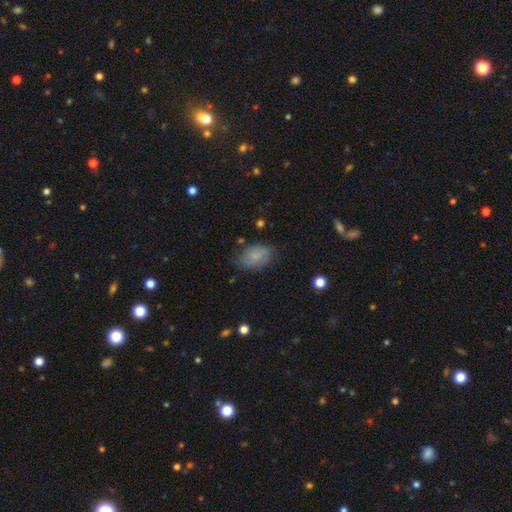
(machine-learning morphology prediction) Smooth or featured: smooth — 75% (featured or disk — 17%)
How rounded: in between — 88% (round — 11%)
Merging: none — 67% (minor disturbance — 24%)